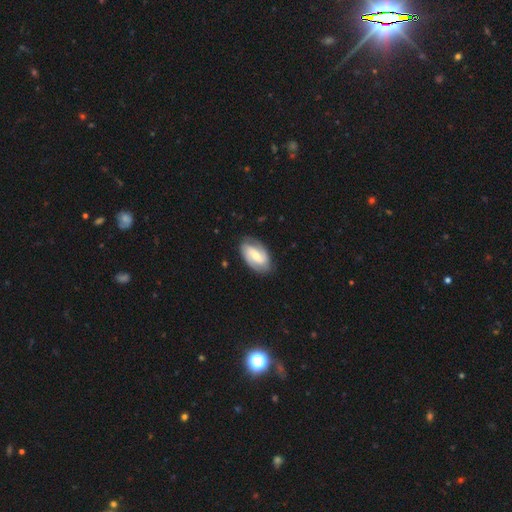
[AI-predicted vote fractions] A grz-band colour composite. It shows a featured or disk galaxy (69%) with a weak bar (43%), 2 (84%) medium (40%) spiral arms (88%) and a moderate central bulge (47%). Merging: none (81%).